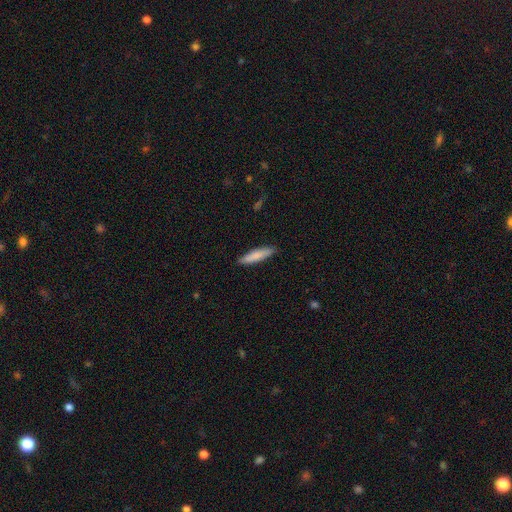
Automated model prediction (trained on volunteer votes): Smooth or featured? Predicted: smooth (p=0.81). How rounded? Predicted: cigar-shaped (p=0.80). Merging? Predicted: none (p=0.88).